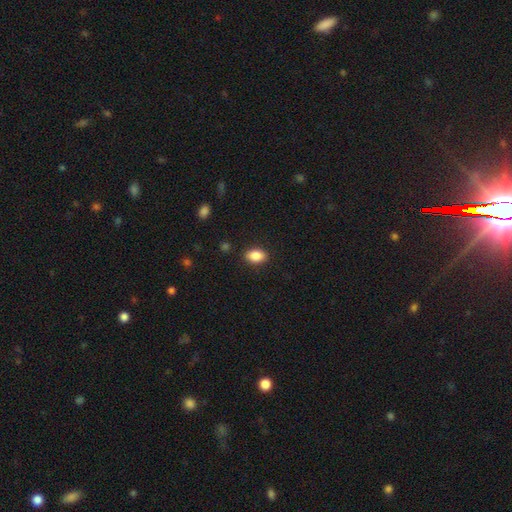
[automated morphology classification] type=smooth (87%); roundness=in between (89%); merging=none (88%).